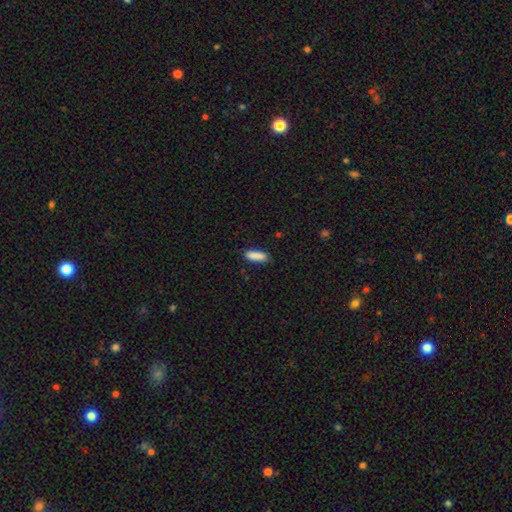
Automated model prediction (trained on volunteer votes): Morphology: type=smooth (88%); roundness=cigar-shaped (53%); merging=none (84%).